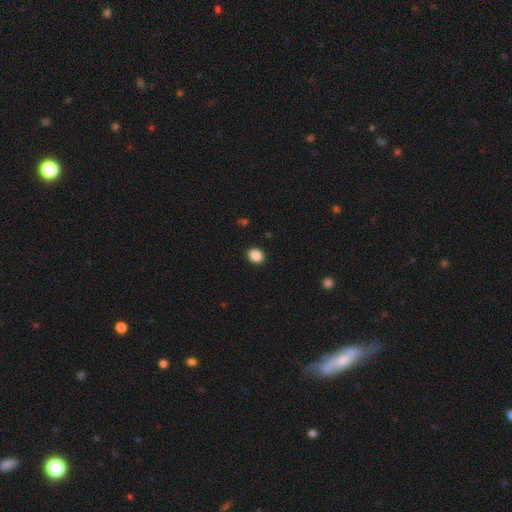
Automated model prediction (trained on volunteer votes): Smooth or featured? Predicted: smooth (p=0.88). How rounded? Predicted: round (p=0.52). Merging? Predicted: none (p=0.92).